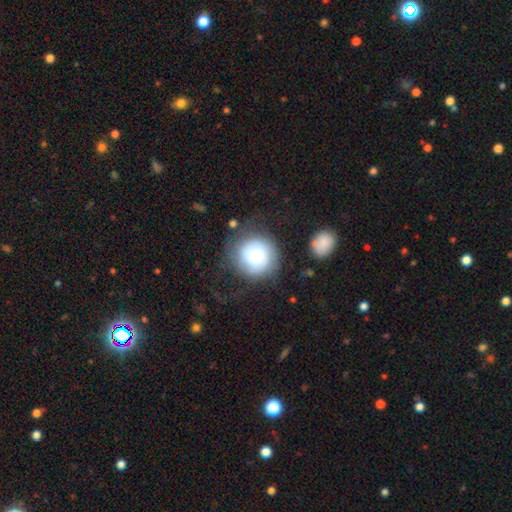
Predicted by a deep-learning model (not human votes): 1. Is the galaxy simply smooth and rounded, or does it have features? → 61% smooth, 31% featured or disk, 8% star or artifact.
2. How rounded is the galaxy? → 91% round, 8% in between, 1% cigar-shaped.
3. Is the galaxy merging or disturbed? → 60% none, 21% minor disturbance, 15% major disturbance, 4% merger.